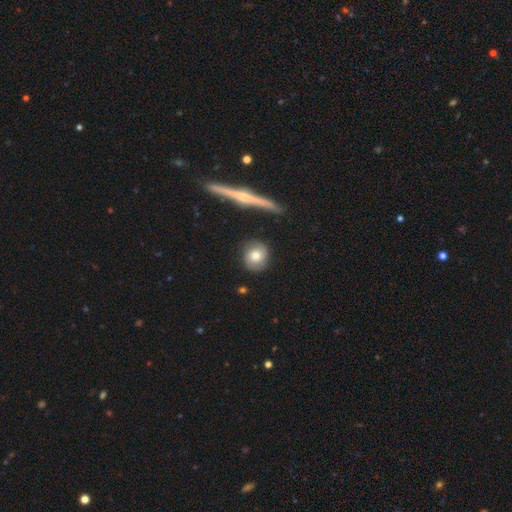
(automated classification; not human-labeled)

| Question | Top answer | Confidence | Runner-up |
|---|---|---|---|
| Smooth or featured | smooth | 68% | featured or disk (24%) |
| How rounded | round | 83% | in between (14%) |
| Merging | none | 82% | minor disturbance (12%) |